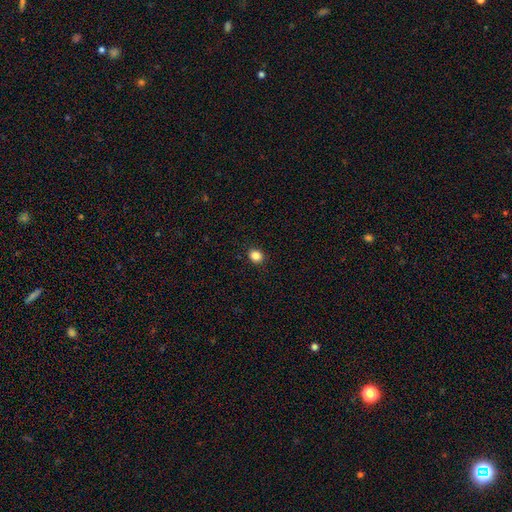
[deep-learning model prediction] A smooth galaxy with no disk features (85%) that is round (72%).

Vote fractions:
- Smooth or featured? smooth: 85% / star or artifact: 11% / featured or disk: 4%
- How rounded? round: 72% / in between: 27% / cigar-shaped: 1%
- Merging? none: 91% / minor disturbance: 6% / major disturbance: 2% / merger: 1%